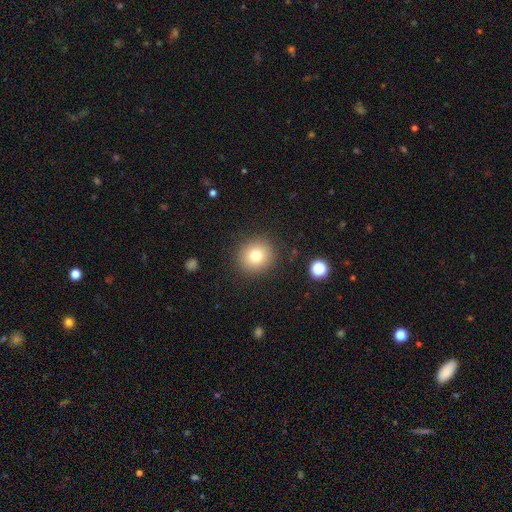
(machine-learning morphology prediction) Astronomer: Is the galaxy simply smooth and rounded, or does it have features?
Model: smooth — 77%.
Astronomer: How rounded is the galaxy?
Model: round — 88%.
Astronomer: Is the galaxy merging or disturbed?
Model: none — 90%.